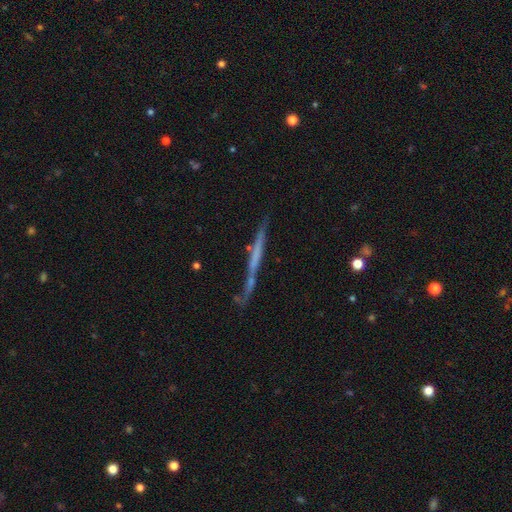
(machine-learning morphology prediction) A featured or disk galaxy (59%) viewed edge-on (92%) with no central bulge (83%). Merging: none (68%).